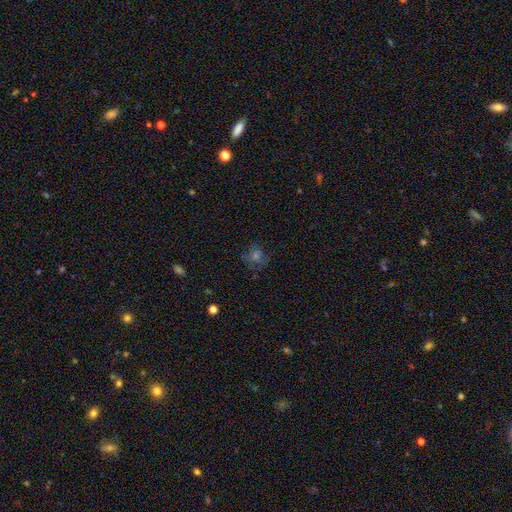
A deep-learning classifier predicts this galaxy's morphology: Smooth or featured? Predicted: smooth (p=0.44). Merging? Predicted: none (p=0.71).